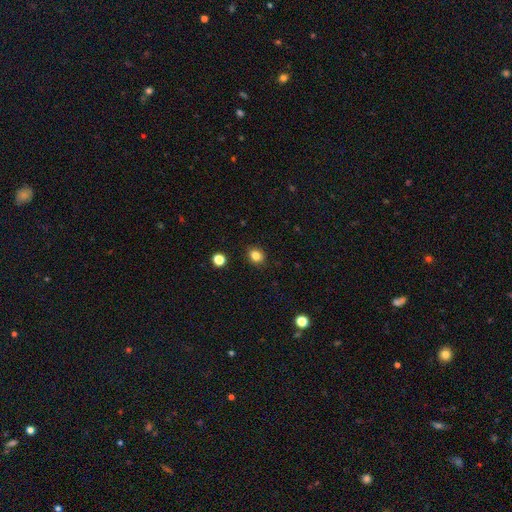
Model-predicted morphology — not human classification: Overall: smooth (83%). How rounded: round (65%; in between 34%). Merging: none (89%).